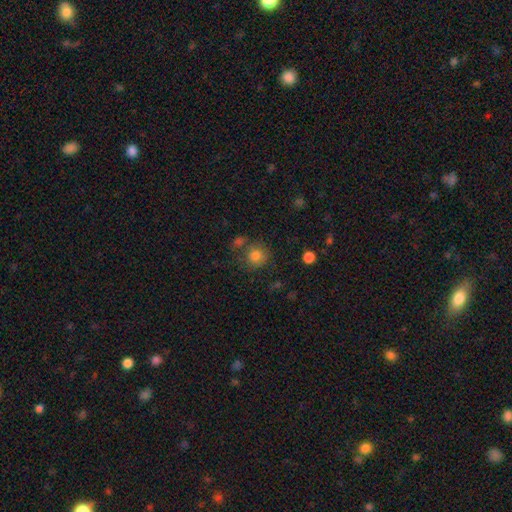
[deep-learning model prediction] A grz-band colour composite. It shows a smooth galaxy with no disk features (80%) that is round (87%). Merging: none (67%).